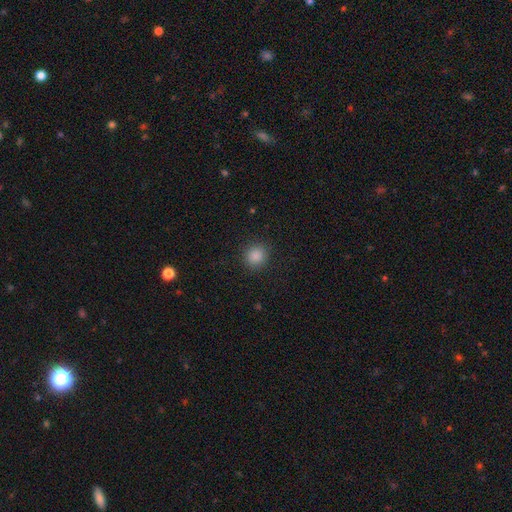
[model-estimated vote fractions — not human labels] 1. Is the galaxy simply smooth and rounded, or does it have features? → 86% smooth, 10% star or artifact, 3% featured or disk.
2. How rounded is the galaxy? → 89% round, 10% in between, 1% cigar-shaped.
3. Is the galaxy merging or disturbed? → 90% none, 6% minor disturbance, 3% major disturbance, 1% merger.